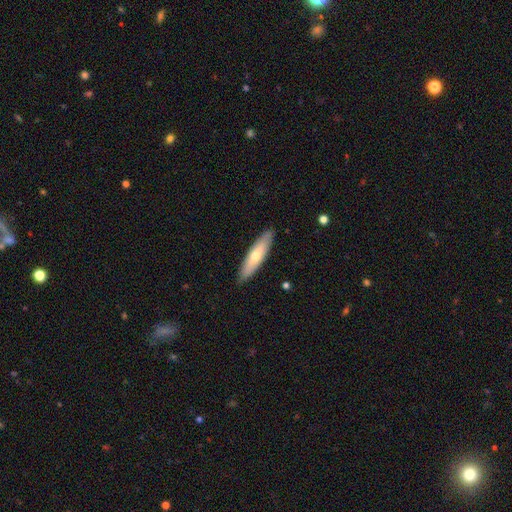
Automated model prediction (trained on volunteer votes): Q: Smooth or featured?
A: smooth (60%); runner-up: featured or disk (35%)
Q: How rounded?
A: cigar-shaped (72%); runner-up: in between (27%)
Q: Merging?
A: none (89%); runner-up: minor disturbance (9%)